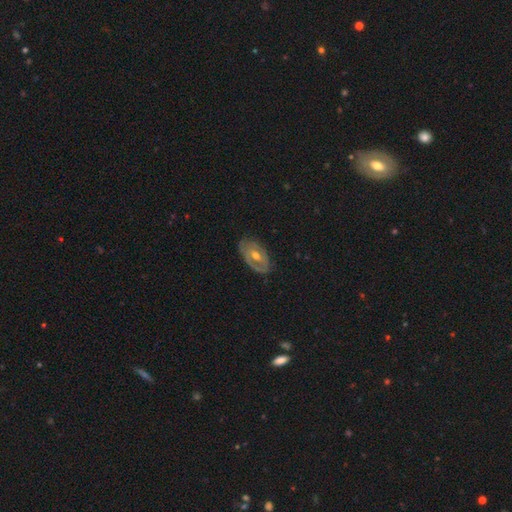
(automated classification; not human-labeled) Overall: featured or disk (63%; smooth 30%). Edge-on disk: no (91%). Bar: no (67%). Spiral arms: no (59%; yes 41%). Bulge size: moderate (70%). Merging: none (74%).